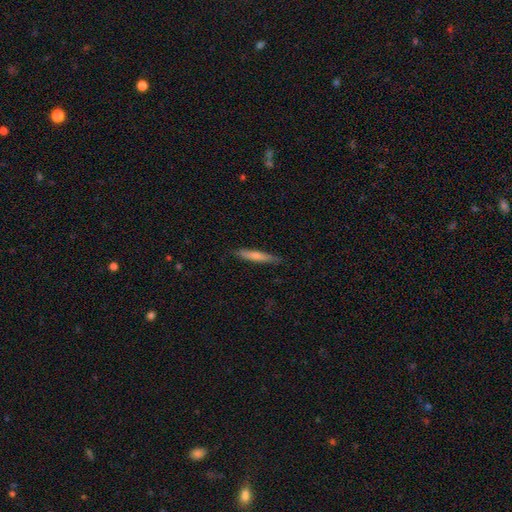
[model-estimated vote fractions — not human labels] smooth 68%, featured or disk 27%, star or artifact 5%. Down the decision tree: how rounded — cigar-shaped (93%); merging — none (85%).